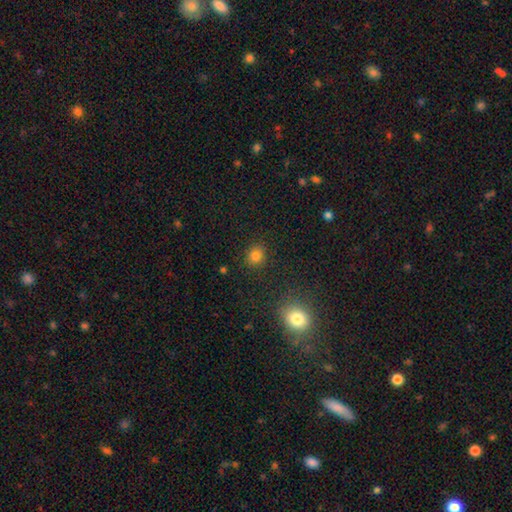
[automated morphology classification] smooth-or-featured: smooth: 80% | star or artifact: 15% | featured or disk: 5%
  how-rounded: round: 83% | in between: 16% | cigar-shaped: 1%
  merging: none: 87% | minor disturbance: 8% | major disturbance: 3% | merger: 2%